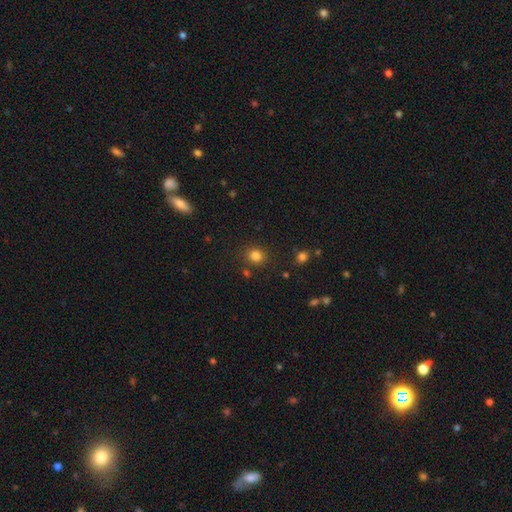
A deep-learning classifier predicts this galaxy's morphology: Smooth or featured?
  - smooth: 82% *
  - star or artifact: 13%
  - featured or disk: 5%
How rounded?
  - round: 79% *
  - in between: 21%
  - cigar-shaped: 1%
Merging?
  - none: 83% *
  - minor disturbance: 9%
  - merger: 4%
  - major disturbance: 3%